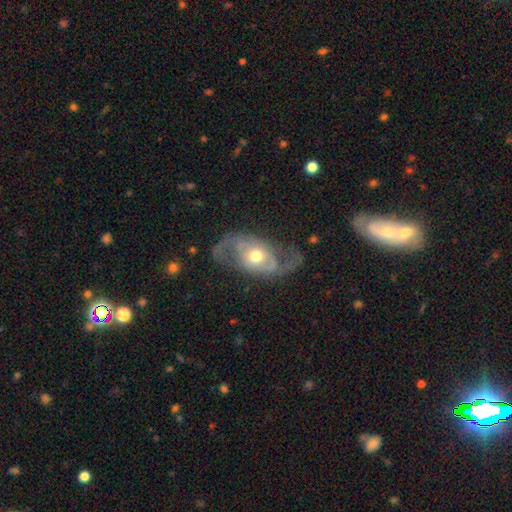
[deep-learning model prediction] Smooth or featured? Predicted: featured or disk (p=0.77). Edge-on disk? Predicted: no (p=0.93). Bar? Predicted: no (p=0.70). Spiral arms? Predicted: yes (p=0.71). Spiral winding? Predicted: medium (p=0.41). Spiral arm count? Predicted: 2 (p=0.82). Bulge size? Predicted: moderate (p=0.73). Merging? Predicted: none (p=0.59).